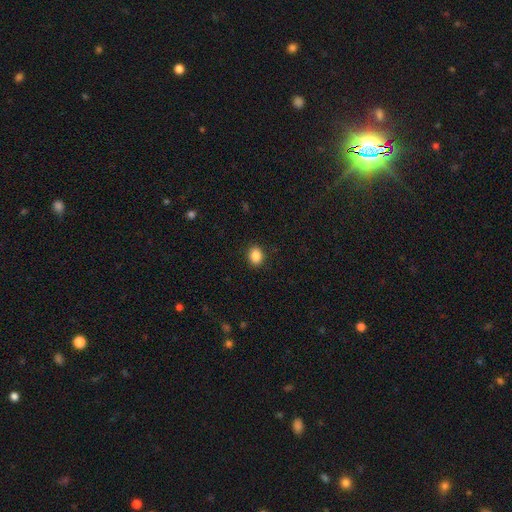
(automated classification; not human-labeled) Q: Smooth or featured?
A: smooth (87%); runner-up: star or artifact (9%)
Q: How rounded?
A: in between (52%); runner-up: round (47%)
Q: Merging?
A: none (91%); runner-up: minor disturbance (6%)